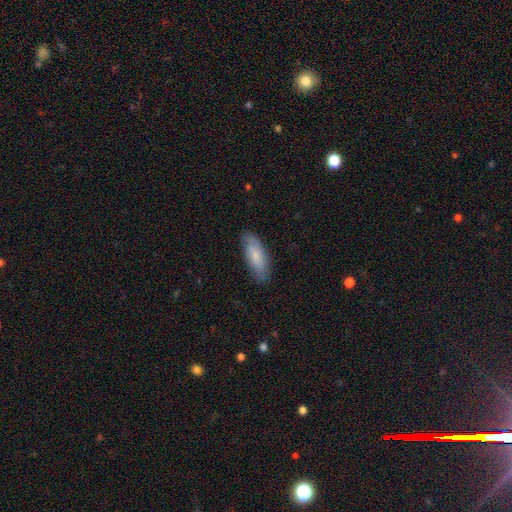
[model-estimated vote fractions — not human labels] This appears to be a smooth galaxy with no disk features (75%) that is in between round and cigar-shaped (69%). Merging: none (81%).